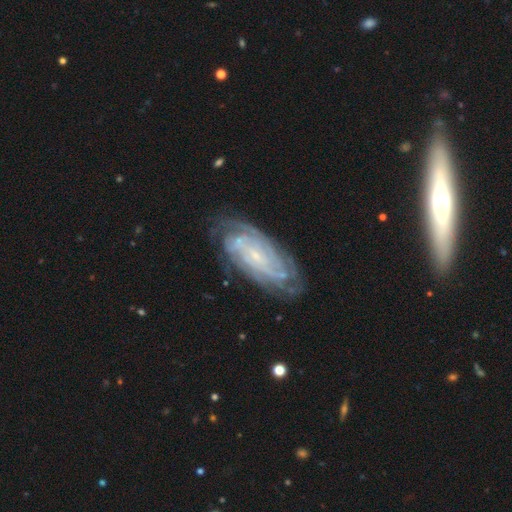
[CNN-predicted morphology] smooth-or-featured: featured or disk: 84% | smooth: 10% | star or artifact: 7%
  disk-edge-on: no: 92% | yes: 8%
    bar: no: 63% | weak: 29% | strong: 9%
    has-spiral-arms: yes: 96% | no: 4%
      spiral-winding: tight: 73% | medium: 22% | loose: 5%
      spiral-arm-count: can't tell: 39% | 4: 20% | 3: 13% | more than 4: 12% | 2: 11% | 1: 6%
    bulge-size: small: 81% | moderate: 10% | none: 7% | large: 1% | dominant: 1%
  merging: none: 76% | minor disturbance: 17% | major disturbance: 6% | merger: 2%